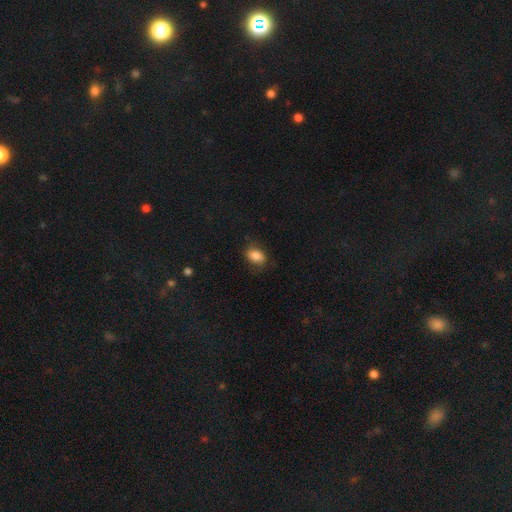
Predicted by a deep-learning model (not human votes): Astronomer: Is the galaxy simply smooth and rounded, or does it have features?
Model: smooth — 81%.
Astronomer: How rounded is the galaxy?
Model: in between — 77%.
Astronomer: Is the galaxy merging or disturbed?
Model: none — 74%.